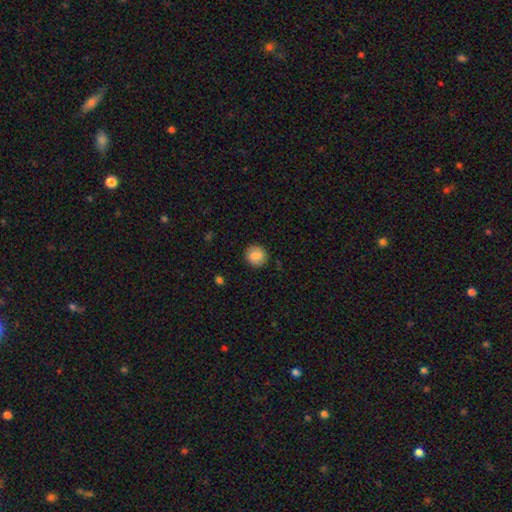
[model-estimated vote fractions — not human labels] smooth-or-featured: smooth: 80% | featured or disk: 11% | star or artifact: 8%
  how-rounded: round: 84% | in between: 15% | cigar-shaped: 1%
  merging: none: 86% | minor disturbance: 10% | major disturbance: 3% | merger: 1%